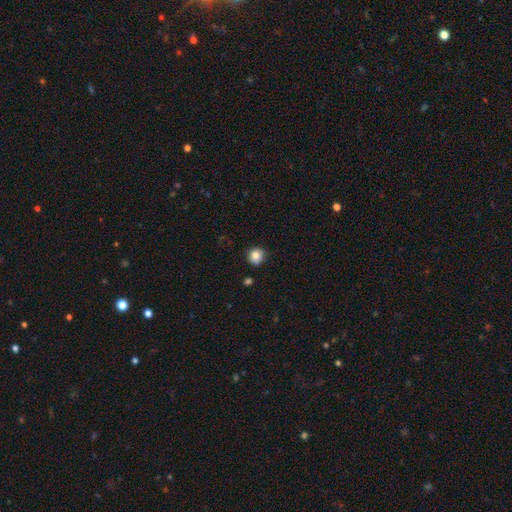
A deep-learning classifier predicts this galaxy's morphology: The model was most divided on "smooth or featured": smooth: 84%, star or artifact: 10%, featured or disk: 5%. More confident: how rounded — round (90%); merging — none (87%).